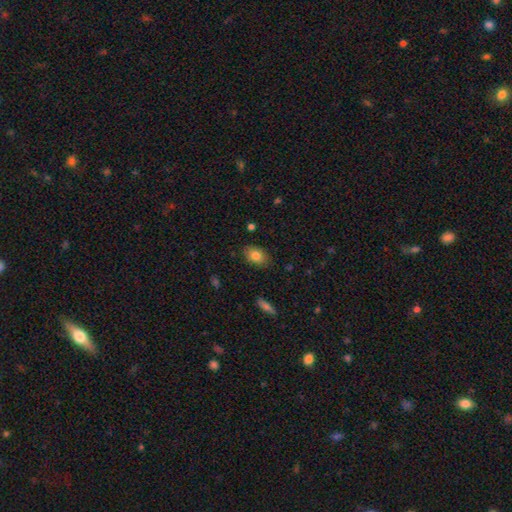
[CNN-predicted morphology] A smooth galaxy with no disk features (80%) that is in between round and cigar-shaped (86%). Merging: none (85%).